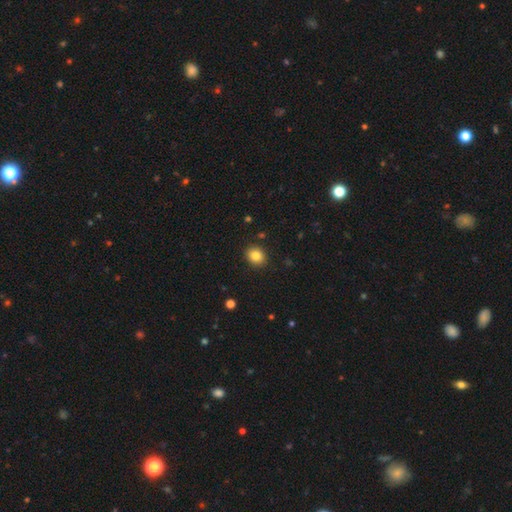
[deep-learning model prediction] A smooth galaxy with no disk features (84%) that is round (64%).

Vote fractions:
- Smooth or featured? smooth: 84% / star or artifact: 10% / featured or disk: 6%
- How rounded? round: 64% / in between: 35% / cigar-shaped: 1%
- Merging? none: 89% / minor disturbance: 8% / major disturbance: 2% / merger: 1%